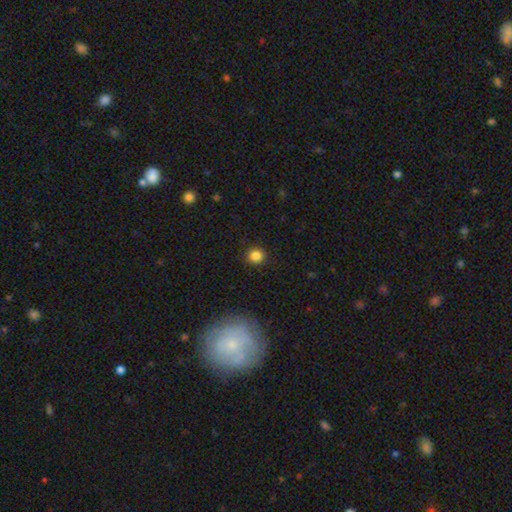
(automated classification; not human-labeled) Smooth or featured: smooth — 84% (star or artifact — 11%)
How rounded: round — 89% (in between — 10%)
Merging: none — 91% (minor disturbance — 6%)